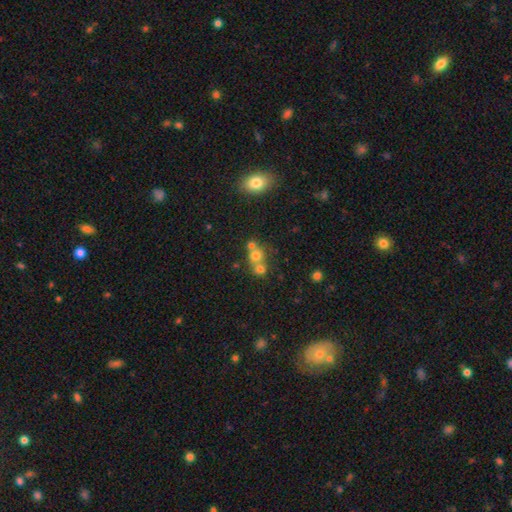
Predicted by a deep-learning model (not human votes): This appears to be a smooth galaxy with no disk features (68%) that is round (82%). Merging: merger (53%).